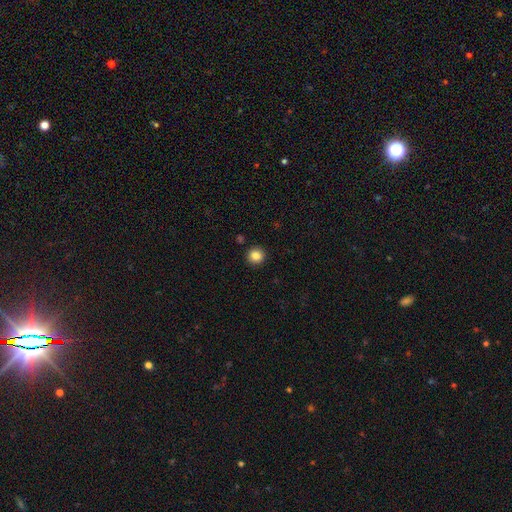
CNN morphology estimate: Smooth or featured? smooth (85%)
How rounded? round (94%)
Merging? none (92%)